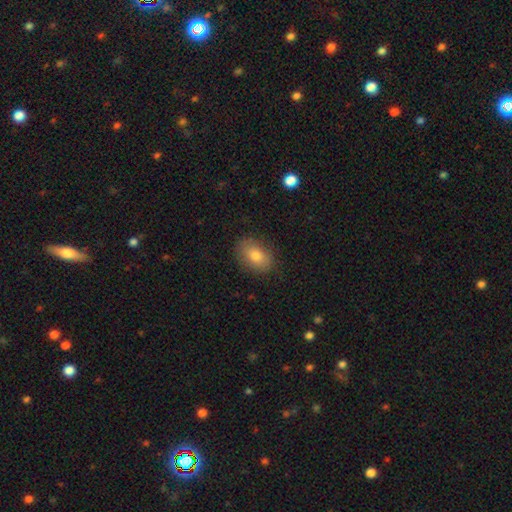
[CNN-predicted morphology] smooth 81%, featured or disk 11%, star or artifact 8%. Down the decision tree: how rounded — in between (82%); merging — none (85%).